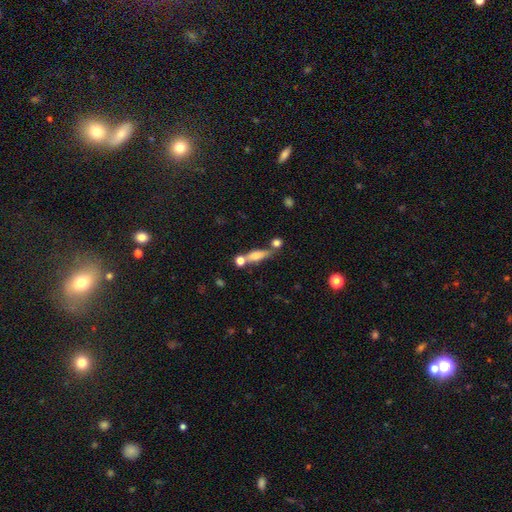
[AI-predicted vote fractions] Smooth or featured? Predicted: smooth (p=0.64). How rounded? Predicted: cigar-shaped (p=0.56). Merging? Predicted: none (p=0.55).